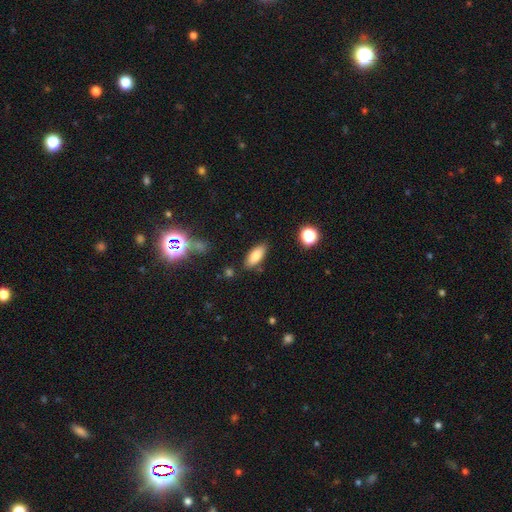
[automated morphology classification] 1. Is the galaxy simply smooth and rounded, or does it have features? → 80% smooth, 11% featured or disk, 9% star or artifact.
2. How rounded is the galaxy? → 80% in between, 17% cigar-shaped, 3% round.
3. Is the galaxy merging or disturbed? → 82% none, 12% minor disturbance, 3% merger, 3% major disturbance.